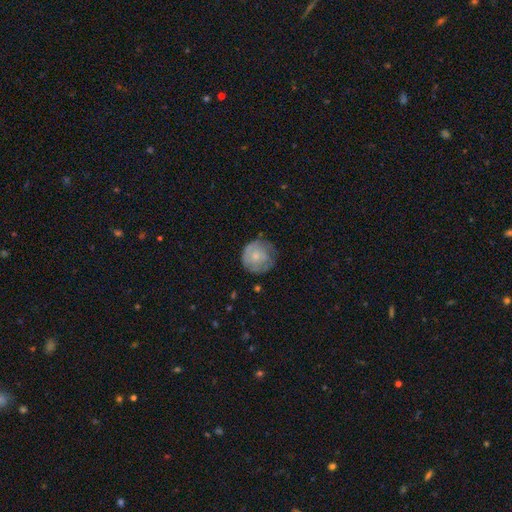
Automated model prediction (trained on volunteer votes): A smooth galaxy with no disk features (57%) that is round (91%).

Vote fractions:
- Smooth or featured? smooth: 57% / featured or disk: 36% / star or artifact: 7%
- How rounded? round: 91% / in between: 8% / cigar-shaped: 1%
- Merging? none: 64% / minor disturbance: 25% / major disturbance: 10% / merger: 2%